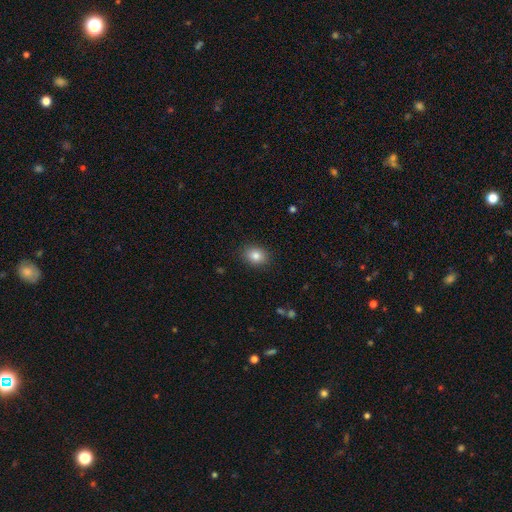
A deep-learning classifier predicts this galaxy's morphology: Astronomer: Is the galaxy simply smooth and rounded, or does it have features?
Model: smooth — 84%.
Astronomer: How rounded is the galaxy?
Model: in between — 57% (runner-up: round, 42%).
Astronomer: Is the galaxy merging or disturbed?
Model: none — 89%.